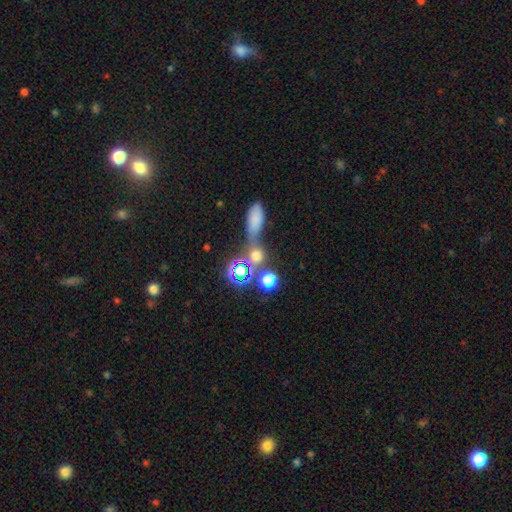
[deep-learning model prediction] A smooth galaxy with no disk features (56%) that is round (69%). Merging: none (47%).